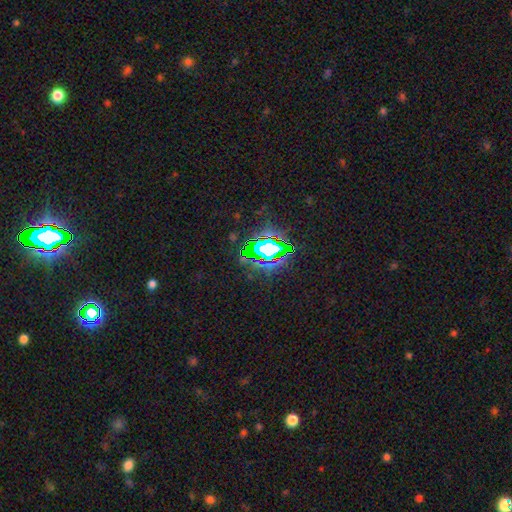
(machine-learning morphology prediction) The model was most divided on "smooth or featured": star or artifact: 82%, smooth: 11%, featured or disk: 7%.